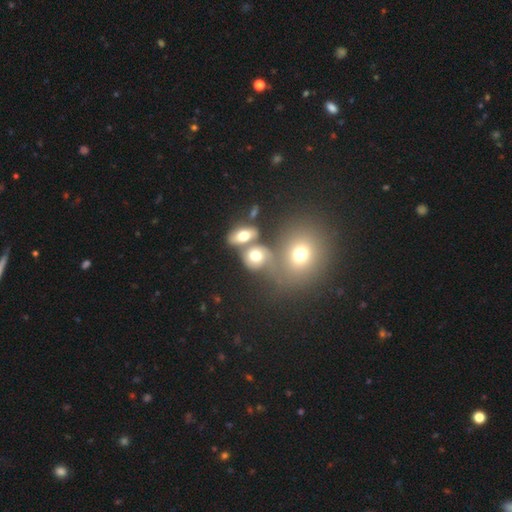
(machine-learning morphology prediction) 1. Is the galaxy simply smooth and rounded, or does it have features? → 67% smooth, 20% featured or disk, 13% star or artifact.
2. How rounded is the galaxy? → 59% round, 39% in between, 2% cigar-shaped.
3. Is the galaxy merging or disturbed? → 42% none, 39% merger, 11% minor disturbance, 8% major disturbance.